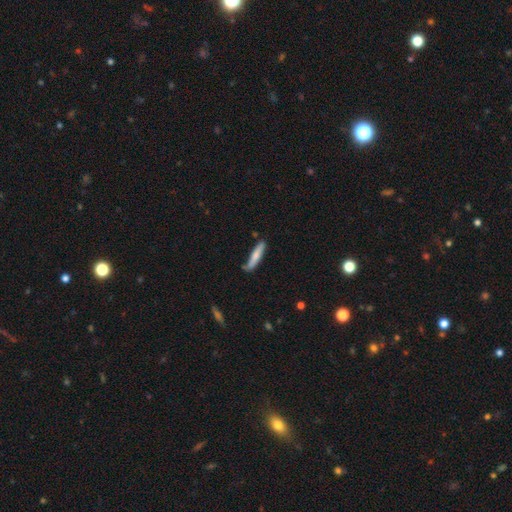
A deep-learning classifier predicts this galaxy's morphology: Q: Smooth or featured?
A: smooth (70%); runner-up: featured or disk (24%)
Q: How rounded?
A: cigar-shaped (88%); runner-up: in between (11%)
Q: Merging?
A: none (70%); runner-up: minor disturbance (22%)